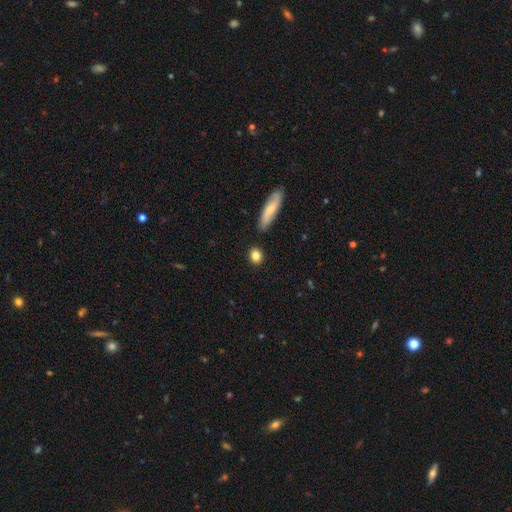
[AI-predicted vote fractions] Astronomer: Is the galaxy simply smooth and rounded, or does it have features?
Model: smooth — 84%.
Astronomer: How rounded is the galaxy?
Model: round — 54% (runner-up: in between, 40%).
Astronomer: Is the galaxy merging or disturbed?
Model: none — 85%.